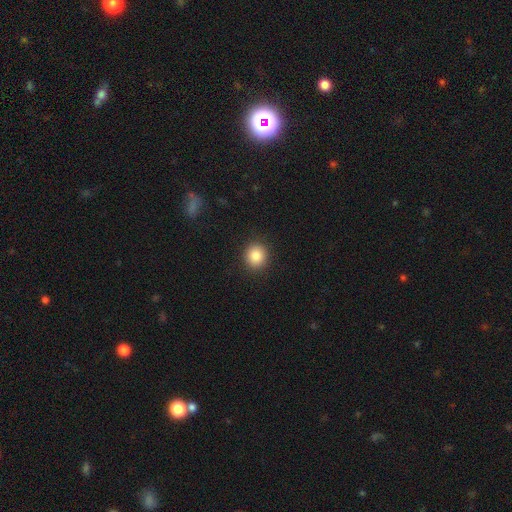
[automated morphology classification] type=smooth (85%); roundness=round (86%); merging=none (91%).